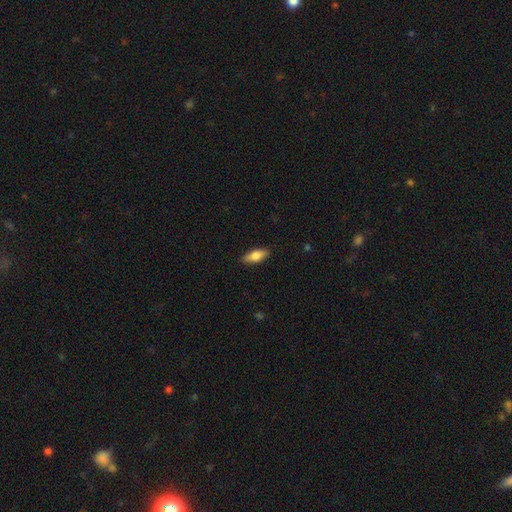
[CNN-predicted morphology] The model was most divided on "how rounded": in between: 75%, cigar-shaped: 23%, round: 2%. More confident: merging — none (88%); smooth or featured — smooth (80%).